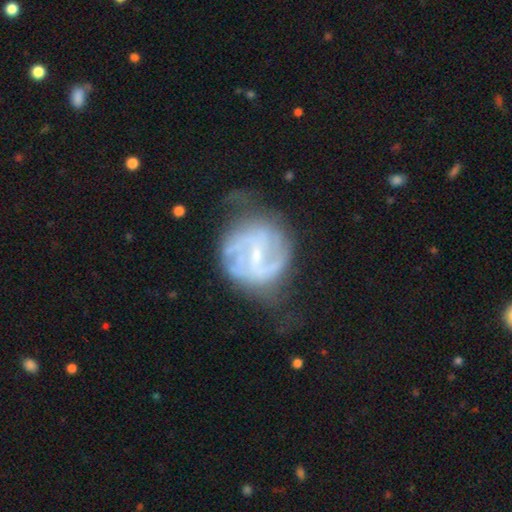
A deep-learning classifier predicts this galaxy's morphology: featured or disk 78%, smooth 15%, star or artifact 7%. Down the decision tree: edge-on disk — no (97%); bar — weak (54%); spiral arms — yes (86%); spiral arm count — 2 (56%); spiral winding — medium (43%); bulge size — small (66%); merging — none (48%).